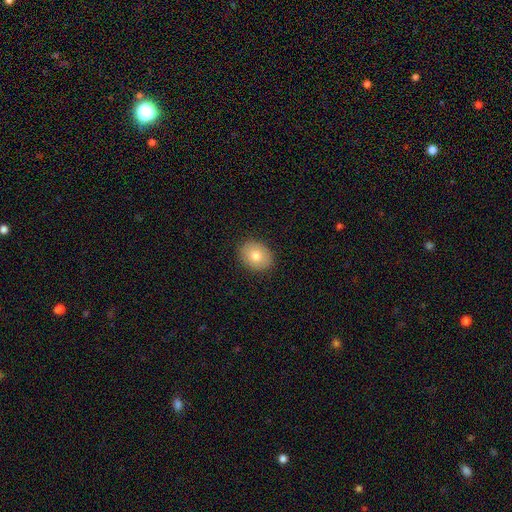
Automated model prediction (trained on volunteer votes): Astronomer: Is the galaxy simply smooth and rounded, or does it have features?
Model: smooth — 79%.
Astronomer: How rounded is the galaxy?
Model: in between — 52% (runner-up: round, 47%).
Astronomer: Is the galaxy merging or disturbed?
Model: none — 89%.